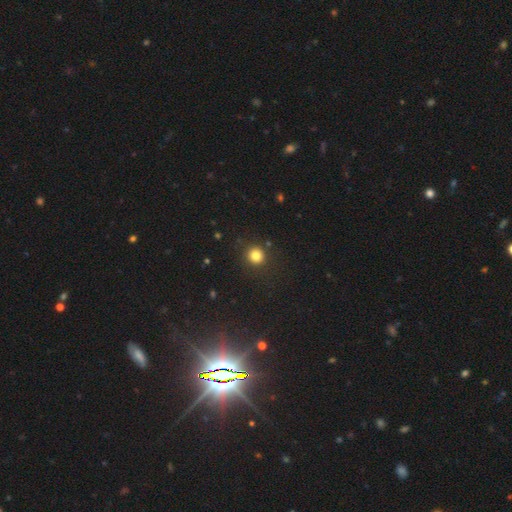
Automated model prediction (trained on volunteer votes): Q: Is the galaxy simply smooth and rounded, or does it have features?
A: smooth — 81%.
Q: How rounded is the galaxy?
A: round — 93%.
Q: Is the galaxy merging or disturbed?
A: none — 90%.